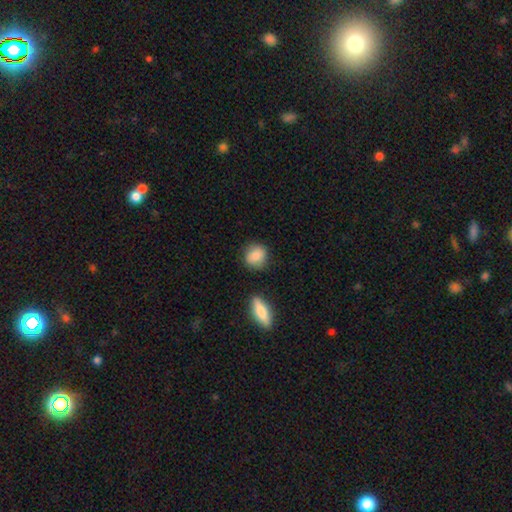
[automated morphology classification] smooth-or-featured: smooth: 86% | featured or disk: 7% | star or artifact: 7%
  how-rounded: round: 76% | in between: 22% | cigar-shaped: 2%
  merging: none: 79% | minor disturbance: 13% | merger: 4% | major disturbance: 3%